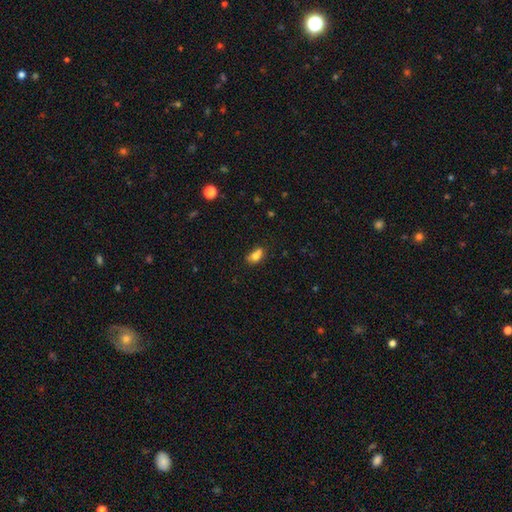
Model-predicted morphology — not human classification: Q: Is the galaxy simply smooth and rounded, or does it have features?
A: smooth — 73%.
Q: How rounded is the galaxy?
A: in between — 70%.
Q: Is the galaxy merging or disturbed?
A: none — 41%.